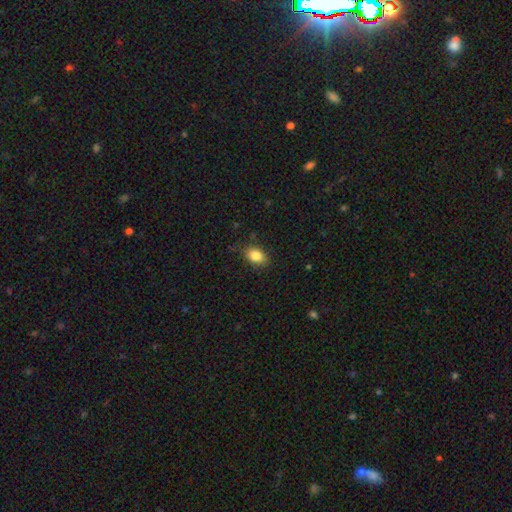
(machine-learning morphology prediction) Smooth or featured?
  - smooth: 85% *
  - star or artifact: 9%
  - featured or disk: 6%
How rounded?
  - in between: 79% *
  - round: 20%
  - cigar-shaped: 1%
Merging?
  - none: 82% *
  - minor disturbance: 14%
  - major disturbance: 3%
  - merger: 1%